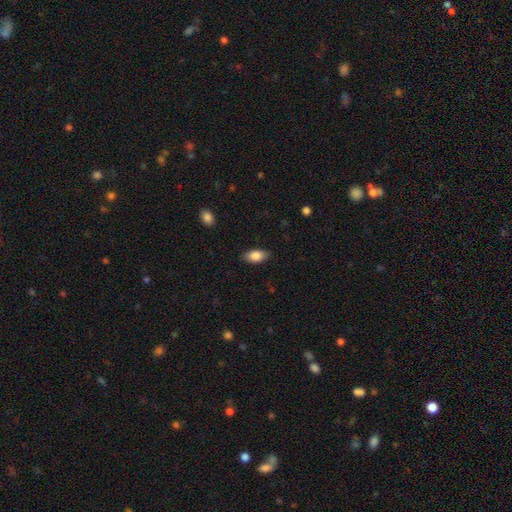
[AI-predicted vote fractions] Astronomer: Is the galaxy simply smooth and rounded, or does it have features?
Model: smooth — 84%.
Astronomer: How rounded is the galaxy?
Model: in between — 91%.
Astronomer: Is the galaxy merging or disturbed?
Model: none — 86%.